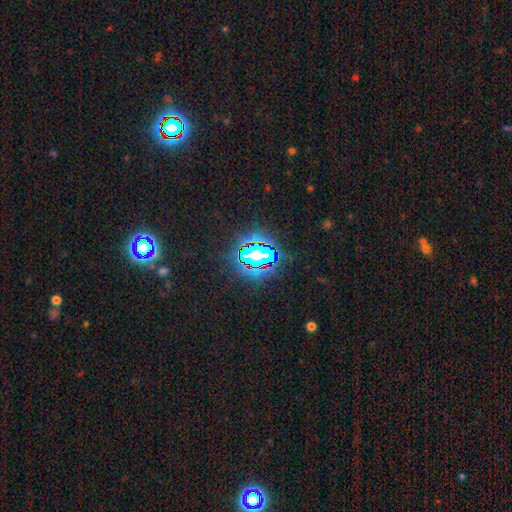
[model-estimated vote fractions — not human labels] Morphology: type=star or artifact (81%).